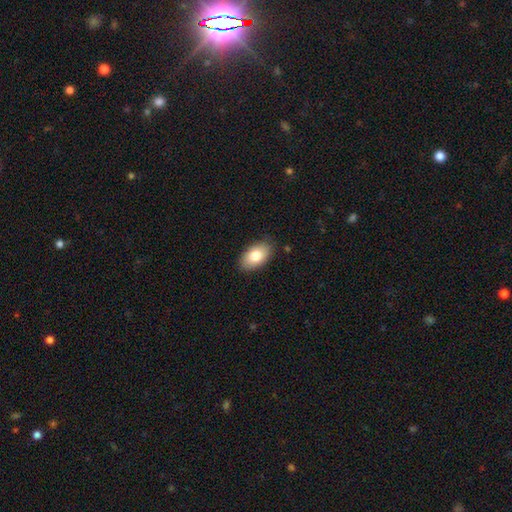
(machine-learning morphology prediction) Smooth or featured?
  - smooth: 81% *
  - featured or disk: 12%
  - star or artifact: 7%
How rounded?
  - in between: 94% *
  - round: 5%
  - cigar-shaped: 2%
Merging?
  - none: 86% *
  - minor disturbance: 11%
  - major disturbance: 2%
  - merger: 1%